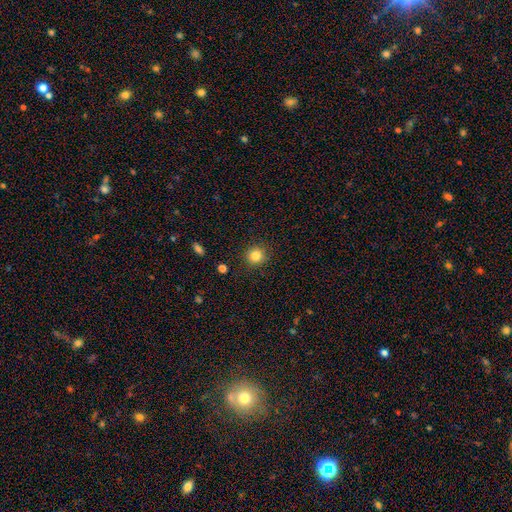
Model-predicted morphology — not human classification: smooth 83%, star or artifact 11%, featured or disk 5%. Down the decision tree: how rounded — round (91%); merging — none (90%).